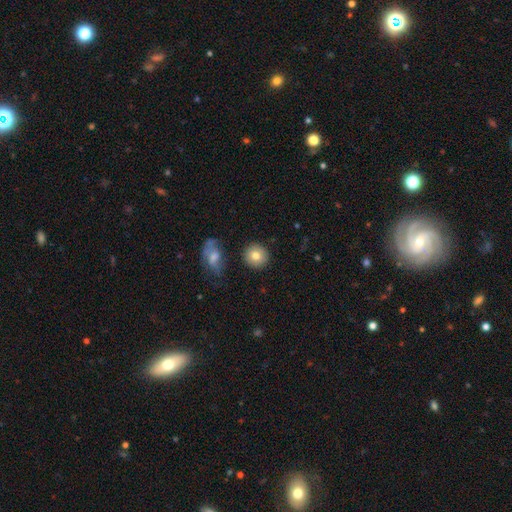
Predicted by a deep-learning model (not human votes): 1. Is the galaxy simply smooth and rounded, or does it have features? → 79% smooth, 12% featured or disk, 9% star or artifact.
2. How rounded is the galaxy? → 91% round, 8% in between, 1% cigar-shaped.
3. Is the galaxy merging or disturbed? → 87% none, 8% minor disturbance, 3% merger, 2% major disturbance.